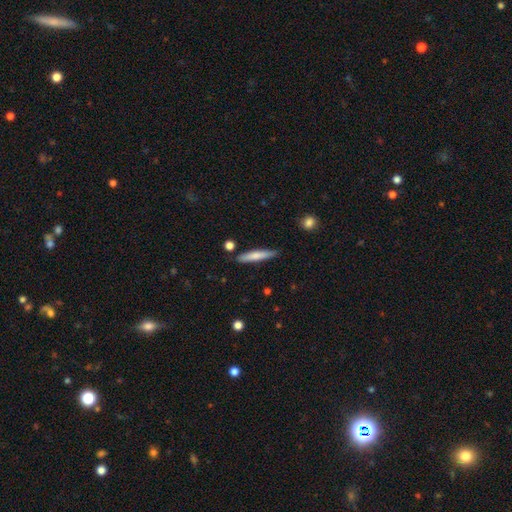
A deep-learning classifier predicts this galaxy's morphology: Overall: smooth (70%). How rounded: cigar-shaped (91%). Merging: none (85%).